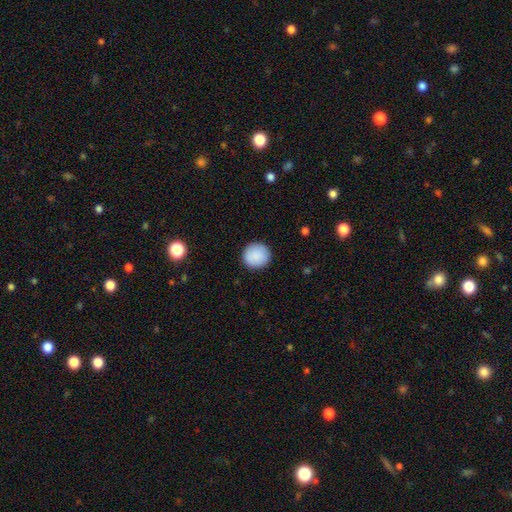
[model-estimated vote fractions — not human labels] This appears to be a smooth galaxy with no disk features (90%) that is round (94%). Merging: none (91%).